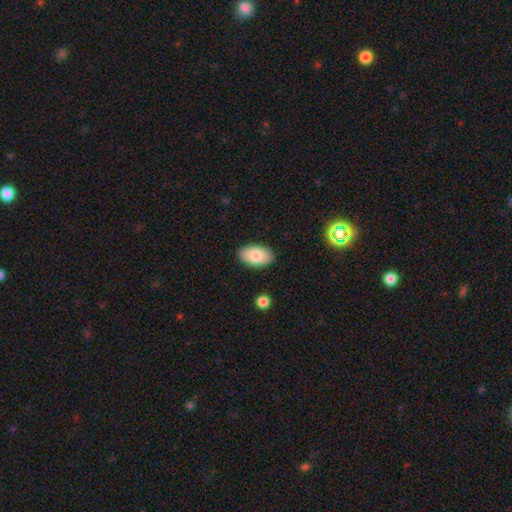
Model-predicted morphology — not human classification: Smooth or featured?
  - smooth: 83% *
  - featured or disk: 11%
  - star or artifact: 6%
How rounded?
  - in between: 95% *
  - round: 4%
  - cigar-shaped: 1%
Merging?
  - none: 87% *
  - minor disturbance: 10%
  - major disturbance: 2%
  - merger: 1%